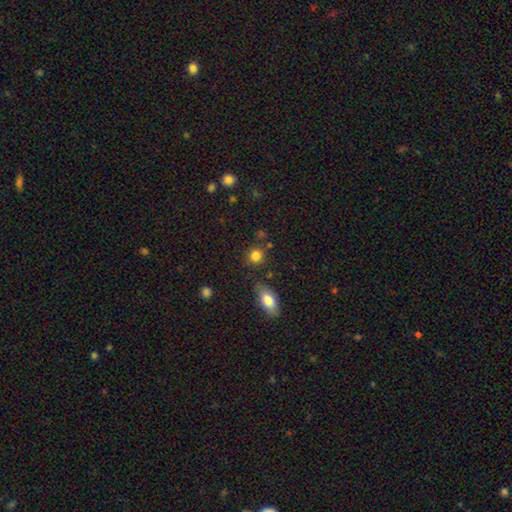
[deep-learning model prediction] This is clearly a smooth galaxy (84%). How rounded: clearly round (85%). Merging: clearly none (81%).